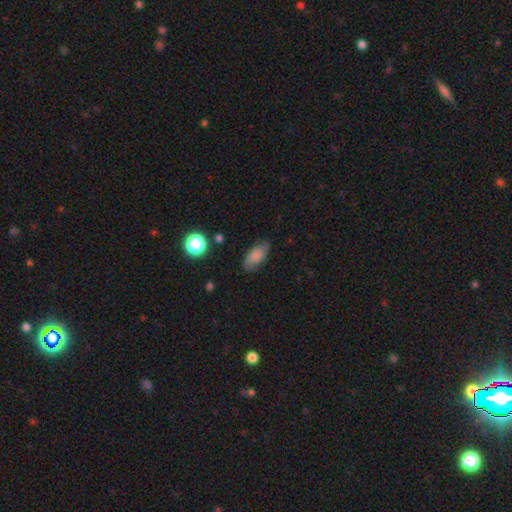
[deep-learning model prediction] Smooth or featured: smooth — 73% (featured or disk — 17%)
How rounded: in between — 88% (cigar-shaped — 8%)
Merging: none — 75% (minor disturbance — 19%)